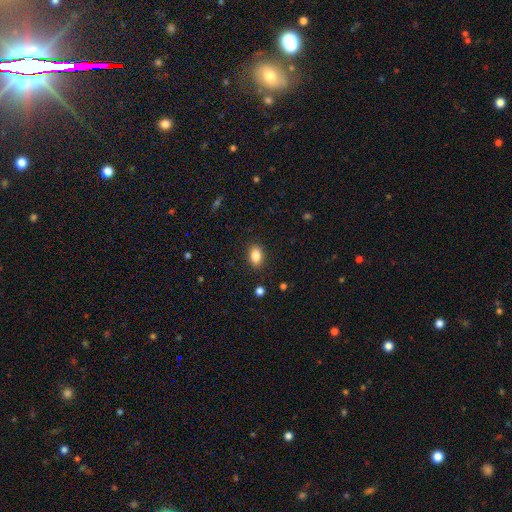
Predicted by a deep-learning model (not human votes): Q: Smooth or featured?
A: smooth (85%); runner-up: star or artifact (9%)
Q: How rounded?
A: in between (82%); runner-up: round (16%)
Q: Merging?
A: none (88%); runner-up: minor disturbance (9%)